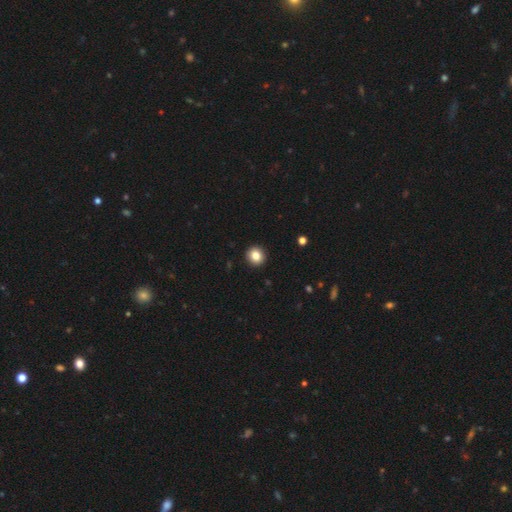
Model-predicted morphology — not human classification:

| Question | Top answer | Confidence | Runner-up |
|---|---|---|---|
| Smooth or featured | smooth | 84% | star or artifact (10%) |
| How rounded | round | 91% | in between (8%) |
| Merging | none | 93% | minor disturbance (4%) |